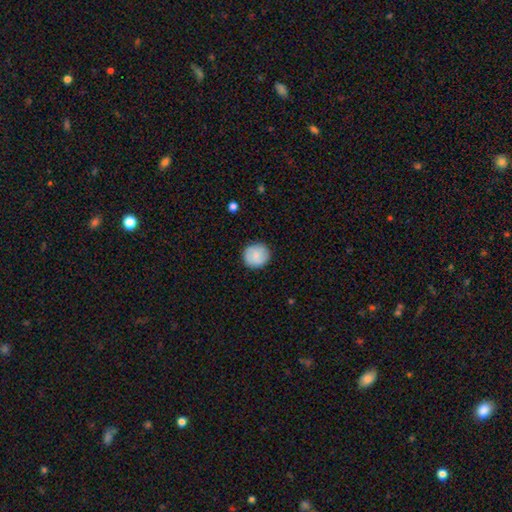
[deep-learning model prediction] Q: Smooth or featured?
A: smooth (73%); runner-up: featured or disk (20%)
Q: How rounded?
A: round (91%); runner-up: in between (9%)
Q: Merging?
A: none (87%); runner-up: minor disturbance (9%)